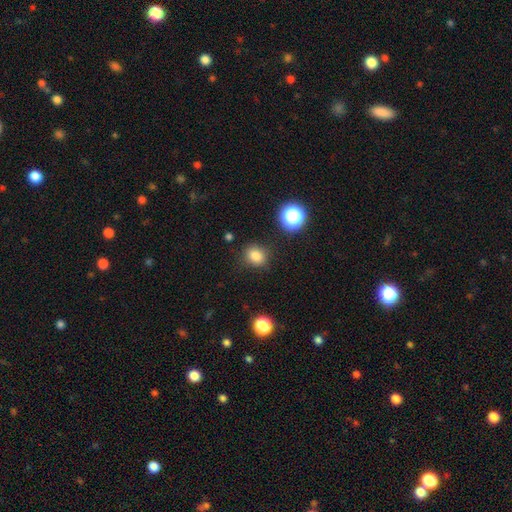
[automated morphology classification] This appears to be a smooth galaxy with no disk features (81%) that is round (72%). Merging: none (84%).